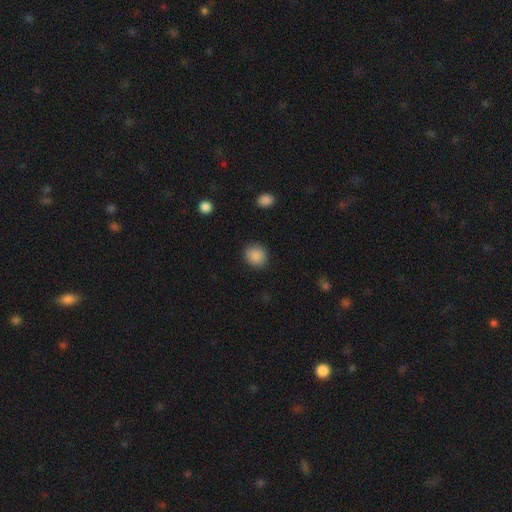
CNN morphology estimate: smooth_or_featured: smooth (p=0.88) [alt: star or artifact p=0.09]
how_rounded: round (p=0.78) [alt: in between p=0.21]
merging: none (p=0.88) [alt: minor disturbance p=0.08]